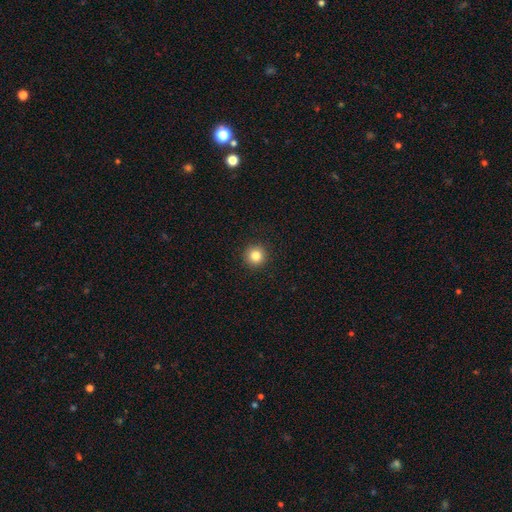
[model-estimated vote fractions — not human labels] smooth 84%, star or artifact 11%, featured or disk 5%. Down the decision tree: how rounded — round (95%); merging — none (93%).